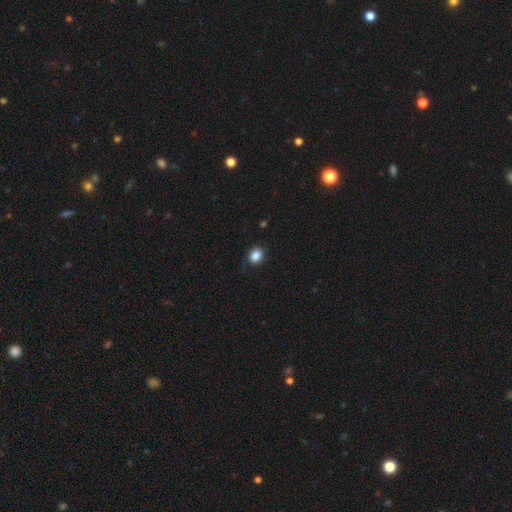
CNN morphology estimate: smooth-or-featured: smooth: 86% | star or artifact: 10% | featured or disk: 4%
  how-rounded: round: 59% | in between: 41% | cigar-shaped: 1%
  merging: none: 85% | minor disturbance: 12% | major disturbance: 3% | merger: 1%